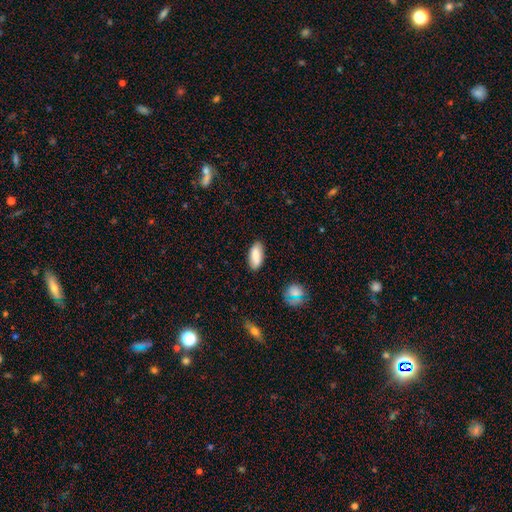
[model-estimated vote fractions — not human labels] Morphology: type=smooth (84%); roundness=in between (86%); merging=none (85%).